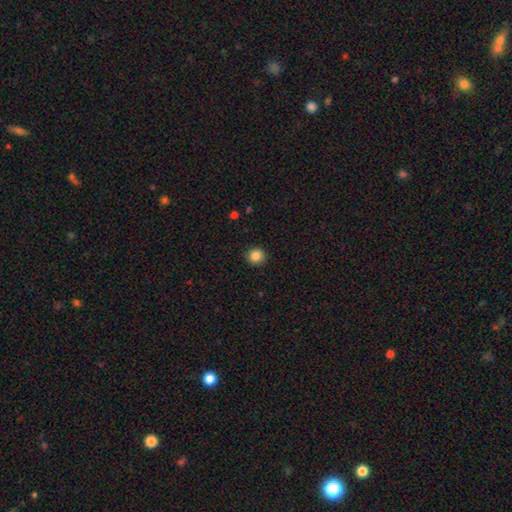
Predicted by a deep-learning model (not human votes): Morphology: type=smooth (86%); roundness=round (91%); merging=none (92%).